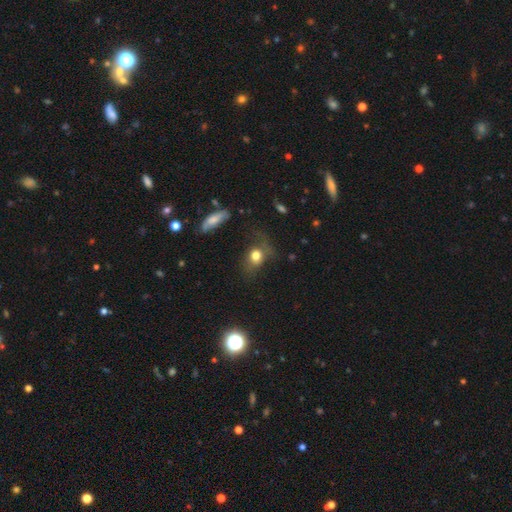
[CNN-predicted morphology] Overall: smooth (73%). How rounded: in between (50%; round 47%). Merging: none (50%; minor disturbance 24%).